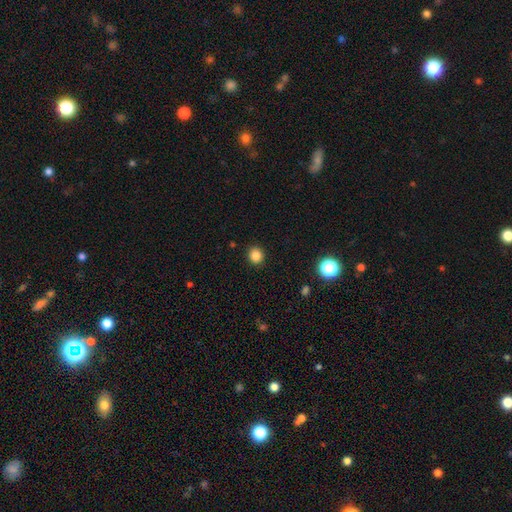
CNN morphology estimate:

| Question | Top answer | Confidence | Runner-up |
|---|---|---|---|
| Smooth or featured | smooth | 85% | star or artifact (12%) |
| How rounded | round | 85% | in between (15%) |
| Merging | none | 91% | minor disturbance (6%) |